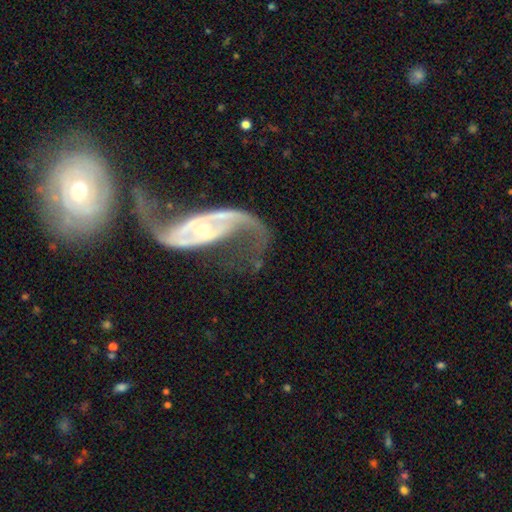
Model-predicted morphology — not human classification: Smooth or featured? Predicted: featured or disk (p=0.89). Edge-on disk? Predicted: no (p=0.94). Bar? Predicted: no (p=0.42). Spiral arms? Predicted: yes (p=0.95). Spiral winding? Predicted: loose (p=0.59). Spiral arm count? Predicted: 2 (p=0.90). Bulge size? Predicted: small (p=0.66). Merging? Predicted: none (p=0.38).